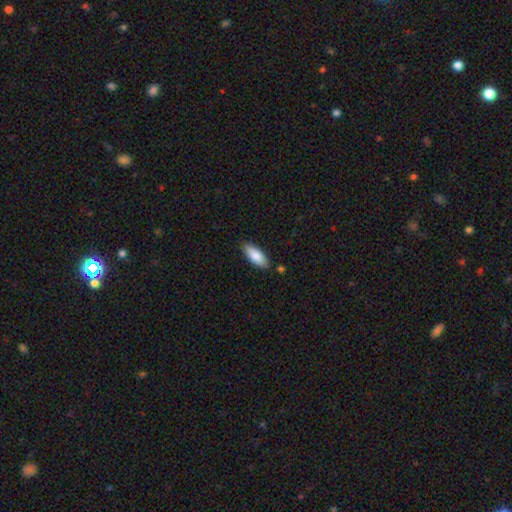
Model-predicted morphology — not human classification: smooth-or-featured: smooth: 83% | featured or disk: 11% | star or artifact: 6%
  how-rounded: in between: 78% | cigar-shaped: 20% | round: 2%
  merging: none: 84% | minor disturbance: 11% | merger: 3% | major disturbance: 2%